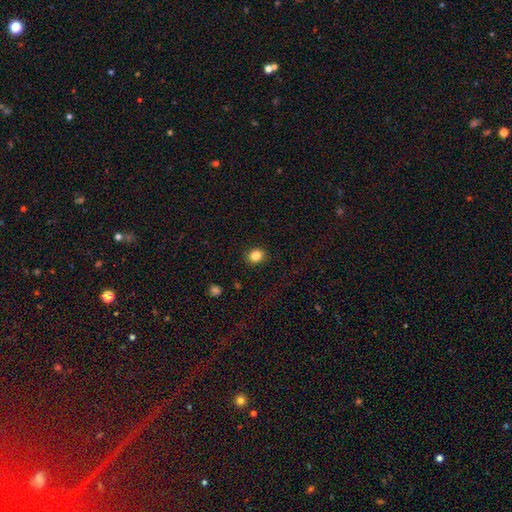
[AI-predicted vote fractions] smooth_or_featured: smooth (p=0.84) [alt: star or artifact p=0.11]
how_rounded: round (p=0.64) [alt: in between p=0.35]
merging: none (p=0.90) [alt: minor disturbance p=0.08]